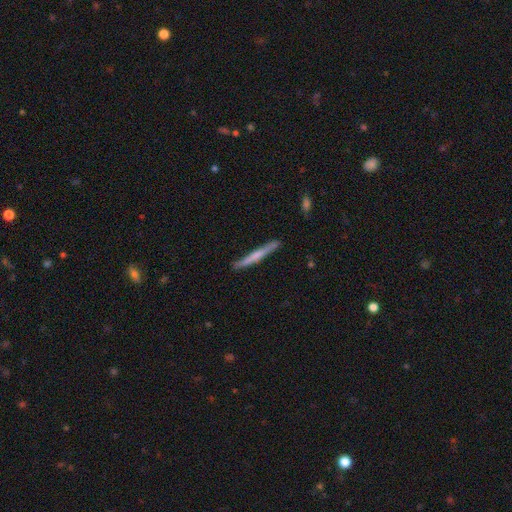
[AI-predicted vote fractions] Smooth or featured? Predicted: smooth (p=0.51). How rounded? Predicted: cigar-shaped (p=0.97). Merging? Predicted: none (p=0.88).